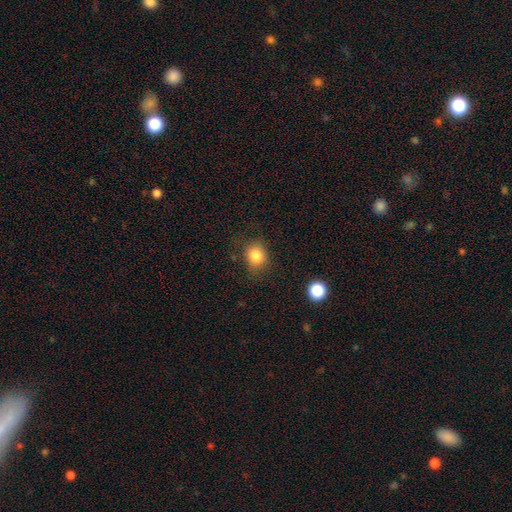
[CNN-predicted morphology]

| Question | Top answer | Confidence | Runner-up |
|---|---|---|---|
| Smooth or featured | smooth | 83% | star or artifact (11%) |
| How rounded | round | 63% | in between (36%) |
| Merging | none | 77% | minor disturbance (16%) |